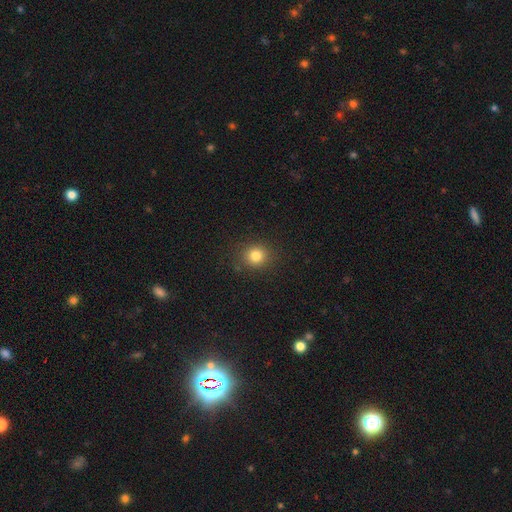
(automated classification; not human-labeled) Smooth or featured?
  - smooth: 81% *
  - star or artifact: 13%
  - featured or disk: 6%
How rounded?
  - round: 82% *
  - in between: 17%
  - cigar-shaped: 1%
Merging?
  - none: 88% *
  - minor disturbance: 8%
  - major disturbance: 3%
  - merger: 1%